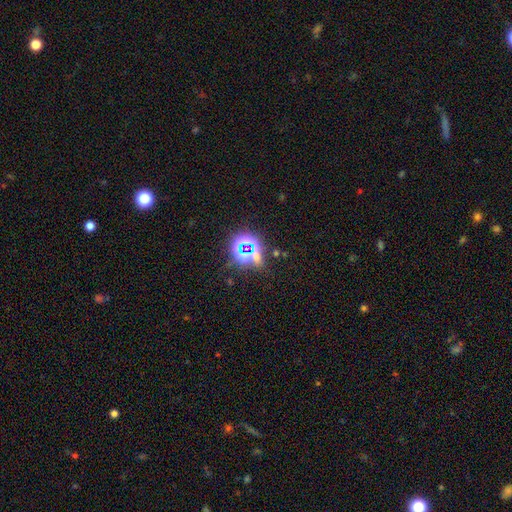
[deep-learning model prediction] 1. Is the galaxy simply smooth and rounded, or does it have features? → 70% star or artifact, 20% smooth, 9% featured or disk.